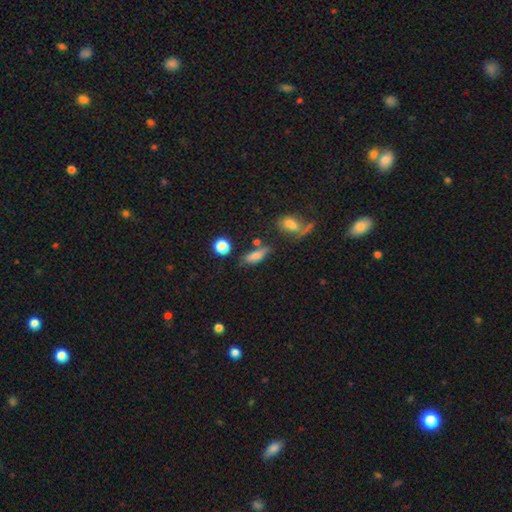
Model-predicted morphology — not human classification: Smooth or featured? Predicted: smooth (p=0.69). How rounded? Predicted: in between (p=0.59). Merging? Predicted: none (p=0.61).